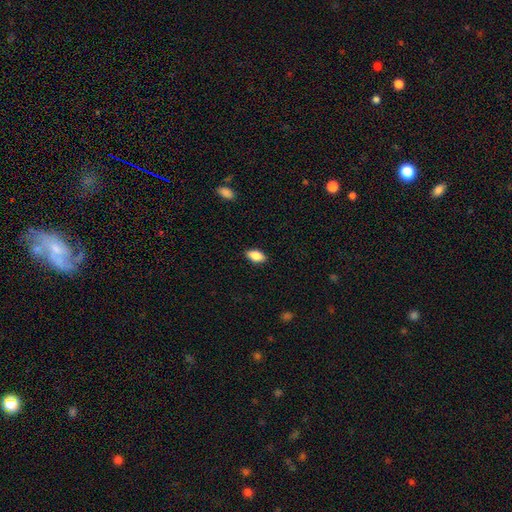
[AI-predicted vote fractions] smooth-or-featured: smooth: 86% | featured or disk: 7% | star or artifact: 7%
  how-rounded: in between: 91% | cigar-shaped: 5% | round: 4%
  merging: none: 87% | minor disturbance: 10% | major disturbance: 2% | merger: 1%